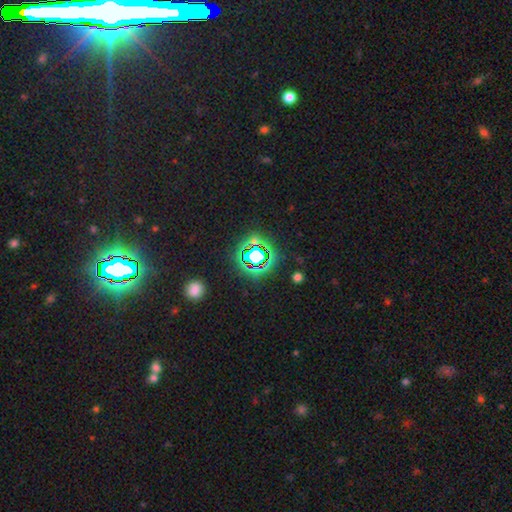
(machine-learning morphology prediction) star or artifact 69%, smooth 21%, featured or disk 10%.